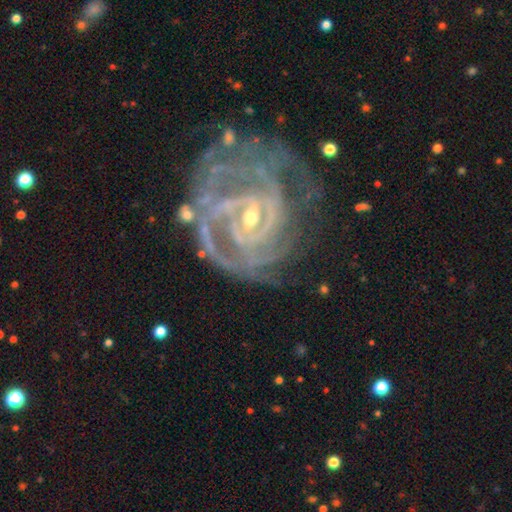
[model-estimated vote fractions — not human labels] The model was most divided on "spiral arm count": can't tell: 30%, 2: 27%, 3: 18%, 4: 11%, more than 4: 8%, 1: 7%. Remaining: edge-on disk — no (97%); spiral arms — yes (95%); smooth or featured — featured or disk (86%); bulge size — small (77%); spiral winding — tight (73%); merging — none (61%); bar — weak (43%).